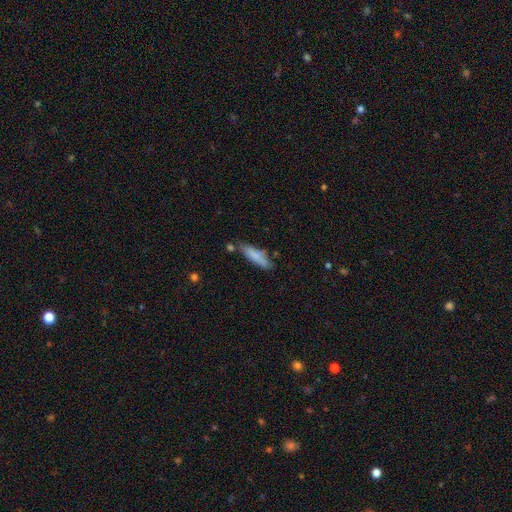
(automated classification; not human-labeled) This is likely a smooth galaxy (78%). How rounded: likely cigar-shaped (68%). Merging: likely none (63%).